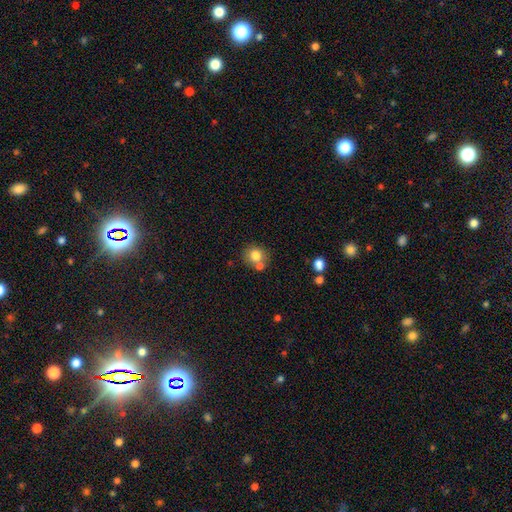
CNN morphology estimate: Smooth or featured?
  - smooth: 79% *
  - featured or disk: 11%
  - star or artifact: 11%
How rounded?
  - round: 84% *
  - in between: 15%
  - cigar-shaped: 1%
Merging?
  - none: 60% *
  - merger: 27%
  - minor disturbance: 10%
  - major disturbance: 3%